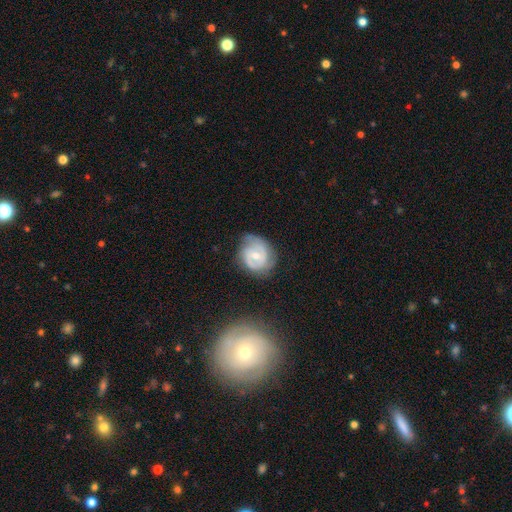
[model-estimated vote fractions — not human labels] The model was most divided on "bar": no: 47%, weak: 44%, strong: 10%. More confident: edge-on disk — no (97%); spiral arms — yes (86%); smooth or featured — featured or disk (71%); merging — none (64%); spiral arm count — 2 (62%); bulge size — moderate (55%); spiral winding — tight (52%).